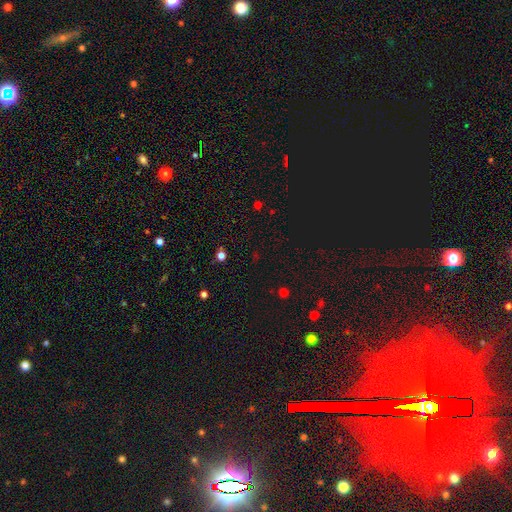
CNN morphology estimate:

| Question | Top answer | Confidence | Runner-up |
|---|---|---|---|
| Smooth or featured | star or artifact | 62% | smooth (31%) |